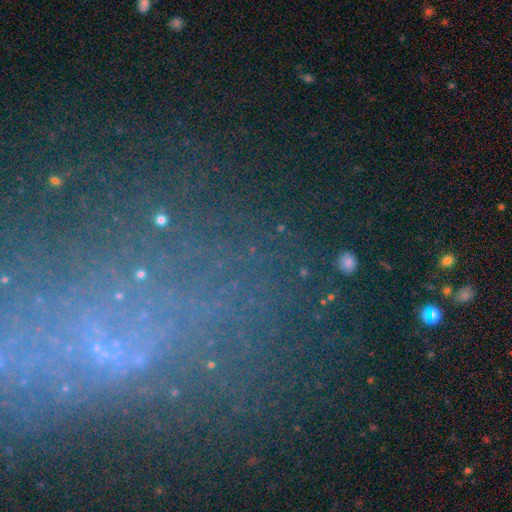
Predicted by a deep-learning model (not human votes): This appears to be a star or artifact, not a galaxy (58%).